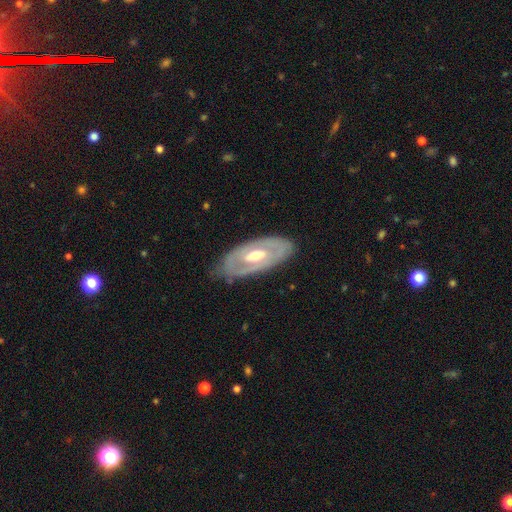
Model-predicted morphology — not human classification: A featured or disk galaxy (72%) with no bar (42%), no spiral arms (51%) and a moderate central bulge (71%). Merging: none (77%).